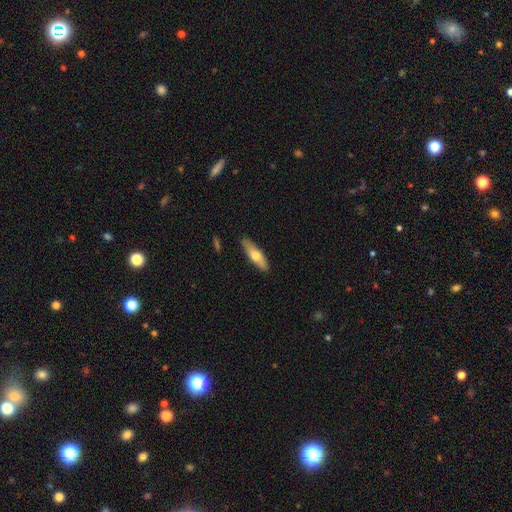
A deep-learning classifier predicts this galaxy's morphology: Overall: smooth (59%; featured or disk 35%). How rounded: cigar-shaped (61%; in between 37%). Merging: none (88%).